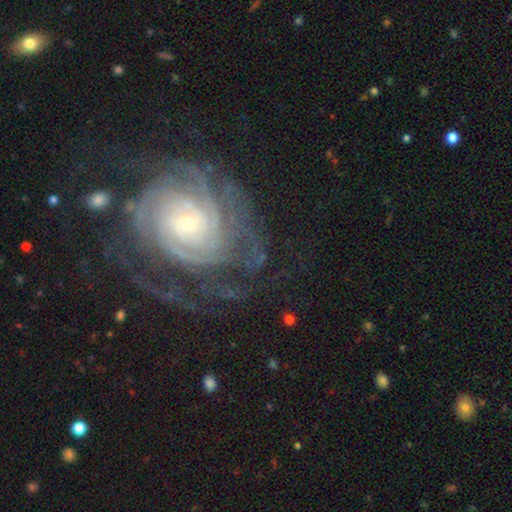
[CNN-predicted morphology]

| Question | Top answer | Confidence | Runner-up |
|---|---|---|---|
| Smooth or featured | featured or disk | 87% | star or artifact (7%) |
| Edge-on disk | no | 97% | yes (3%) |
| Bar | no | 73% | weak (19%) |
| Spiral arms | yes | 97% | no (3%) |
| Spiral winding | tight | 78% | medium (18%) |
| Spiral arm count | can't tell | 29% | 4 (18%) |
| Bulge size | small | 80% | moderate (14%) |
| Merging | none | 63% | minor disturbance (17%) |